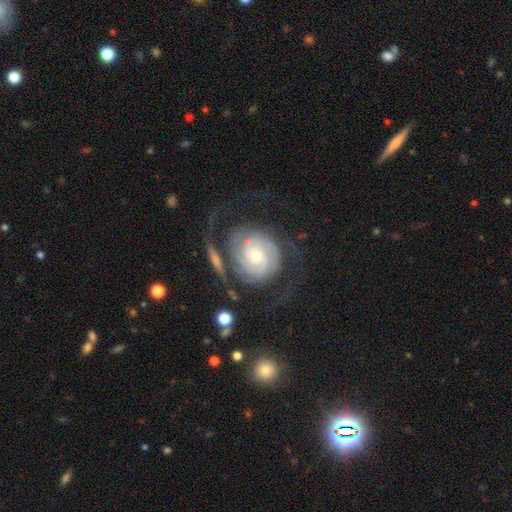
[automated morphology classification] Smooth or featured: featured or disk — 87% (smooth — 8%)
Edge-on disk: no — 97% (yes — 3%)
Bar: no — 66% (weak — 28%)
Spiral arms: yes — 97% (no — 3%)
Spiral winding: tight — 68% (medium — 24%)
Spiral arm count: 2 — 51% (can't tell — 21%)
Bulge size: small — 57% (moderate — 37%)
Merging: none — 56% (major disturbance — 20%)